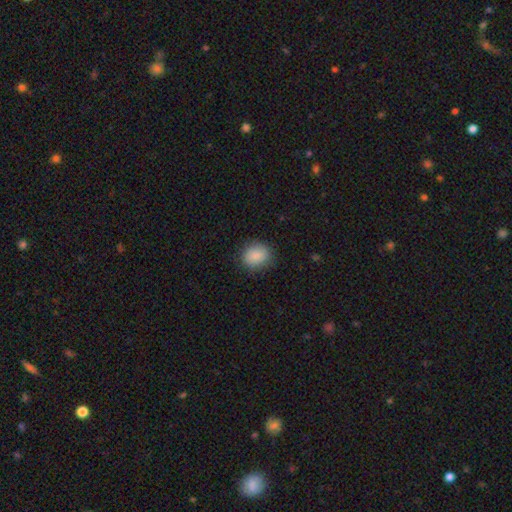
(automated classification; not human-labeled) Smooth or featured? smooth (88%)
How rounded? round (65%)
Merging? none (84%)